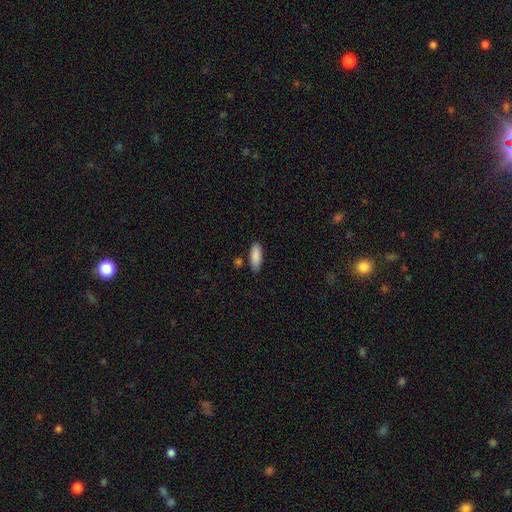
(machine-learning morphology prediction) Q: Smooth or featured?
A: smooth (88%); runner-up: star or artifact (6%)
Q: How rounded?
A: in between (72%); runner-up: cigar-shaped (26%)
Q: Merging?
A: none (80%); runner-up: minor disturbance (13%)